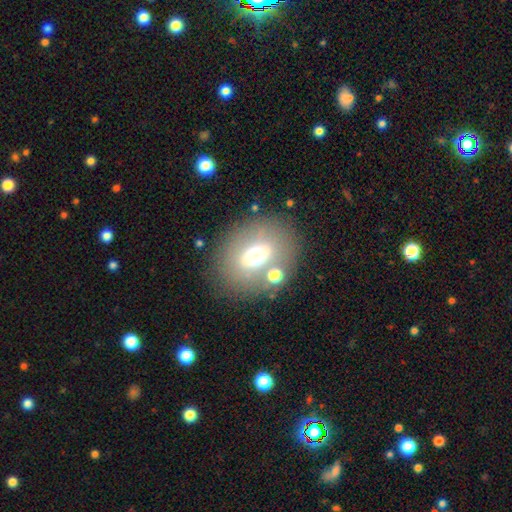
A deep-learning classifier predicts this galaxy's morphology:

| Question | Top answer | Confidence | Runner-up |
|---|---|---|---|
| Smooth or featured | smooth | 53% | featured or disk (31%) |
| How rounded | in between | 51% | round (48%) |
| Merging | none | 70% | minor disturbance (13%) |